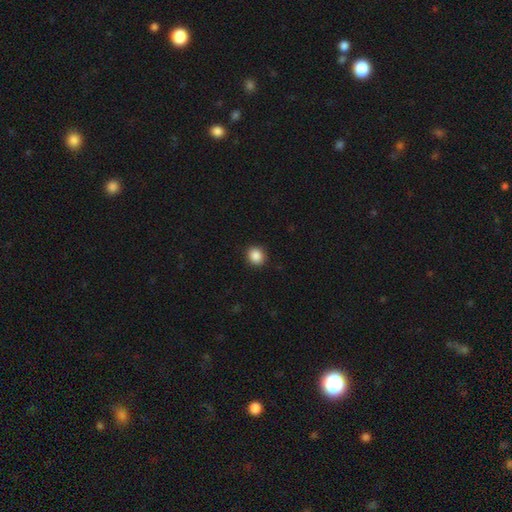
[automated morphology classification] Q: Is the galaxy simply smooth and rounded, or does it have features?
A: smooth — 88%.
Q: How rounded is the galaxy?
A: round — 84%.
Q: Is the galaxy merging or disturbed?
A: none — 91%.